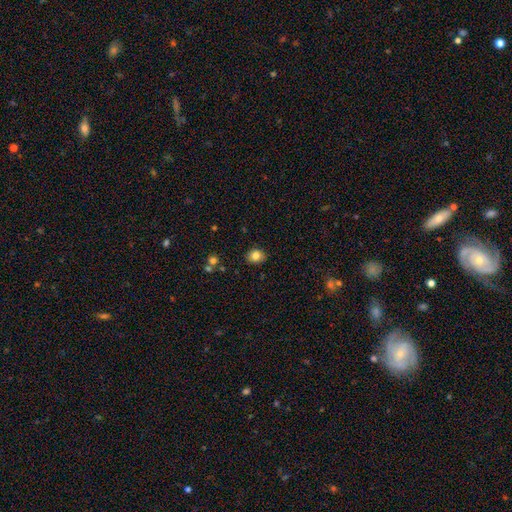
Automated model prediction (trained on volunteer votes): This is clearly a smooth galaxy (83%). How rounded: likely round (64%). Merging: clearly none (88%).